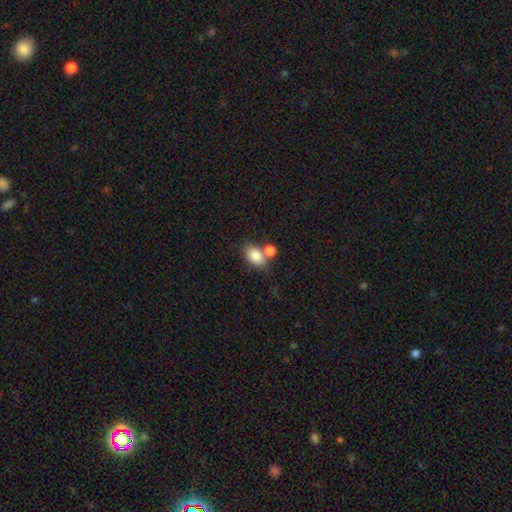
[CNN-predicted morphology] Smooth or featured? smooth (83%)
How rounded? in between (82%)
Merging? none (46%)